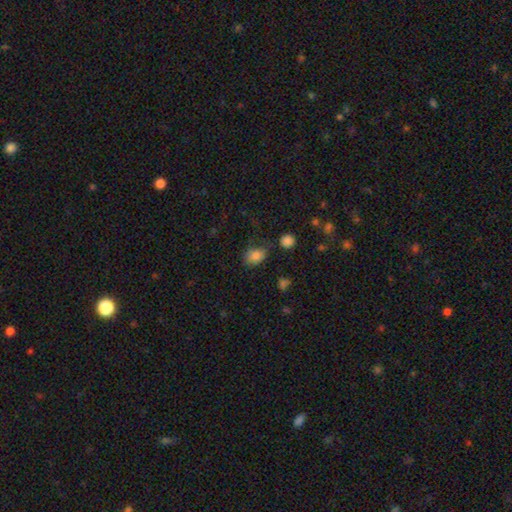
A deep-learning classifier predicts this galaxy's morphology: Smooth or featured: smooth — 82% (star or artifact — 11%)
How rounded: in between — 62% (round — 36%)
Merging: none — 64% (minor disturbance — 23%)